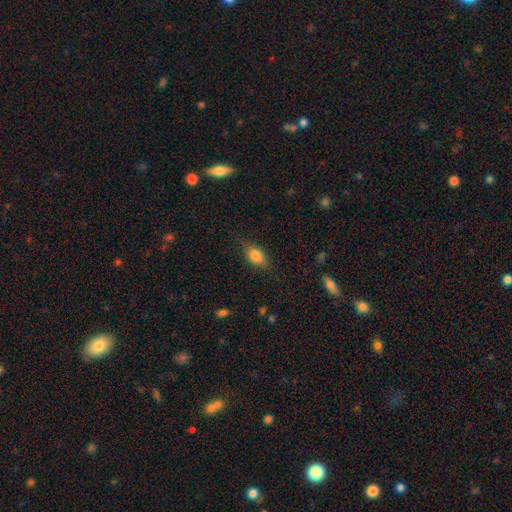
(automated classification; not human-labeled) This appears to be a smooth galaxy with no disk features (80%) that is in between round and cigar-shaped (82%). Merging: none (76%).